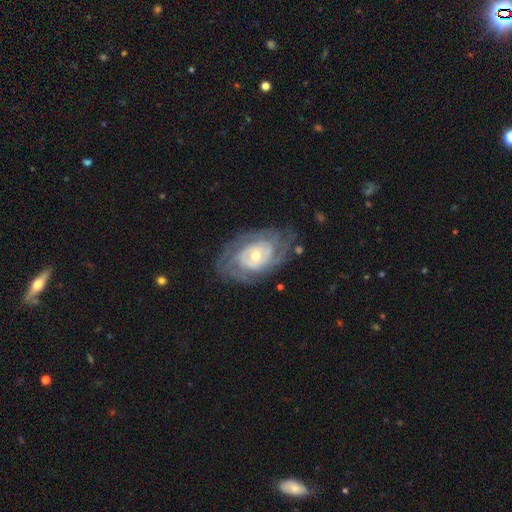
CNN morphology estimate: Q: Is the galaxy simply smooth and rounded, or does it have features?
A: featured or disk — 85%.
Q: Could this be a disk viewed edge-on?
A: no — 96%.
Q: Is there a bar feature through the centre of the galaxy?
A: no — 69%.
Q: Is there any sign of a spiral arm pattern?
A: yes — 91%.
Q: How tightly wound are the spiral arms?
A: tight — 70%.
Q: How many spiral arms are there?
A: can't tell — 40%.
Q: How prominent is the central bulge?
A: moderate — 54%.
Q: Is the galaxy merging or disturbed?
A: none — 71%.